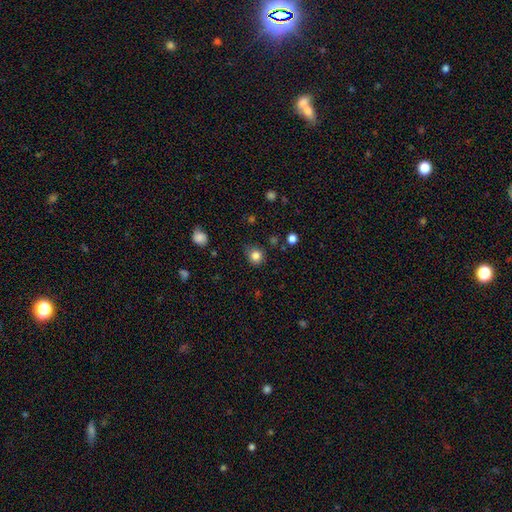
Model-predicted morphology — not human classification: smooth-or-featured: smooth: 83% | star or artifact: 12% | featured or disk: 5%
  how-rounded: round: 87% | in between: 12% | cigar-shaped: 1%
  merging: none: 80% | minor disturbance: 15% | major disturbance: 3% | merger: 2%